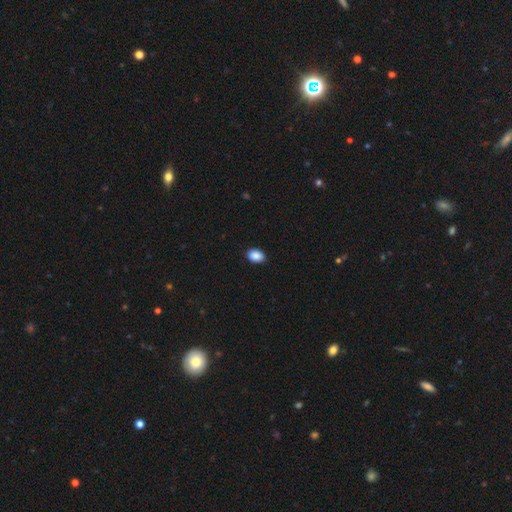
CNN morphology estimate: The model was most divided on "how rounded": in between: 83%, round: 15%, cigar-shaped: 1%. More confident: merging — none (90%); smooth or featured — smooth (89%).